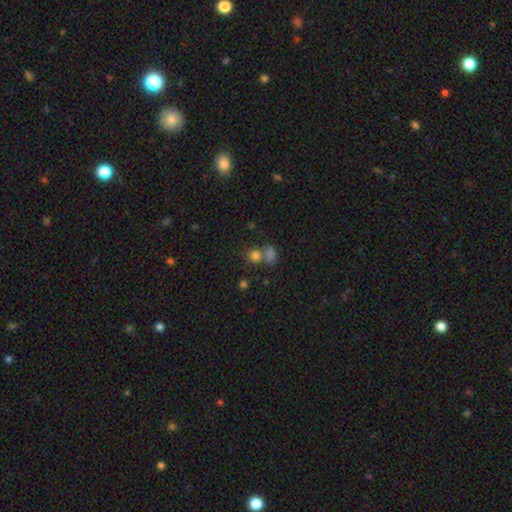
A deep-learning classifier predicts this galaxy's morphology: Smooth or featured?
  - smooth: 76% *
  - star or artifact: 16%
  - featured or disk: 8%
How rounded?
  - round: 77% *
  - in between: 22%
  - cigar-shaped: 1%
Merging?
  - none: 48% *
  - merger: 39%
  - minor disturbance: 9%
  - major disturbance: 4%